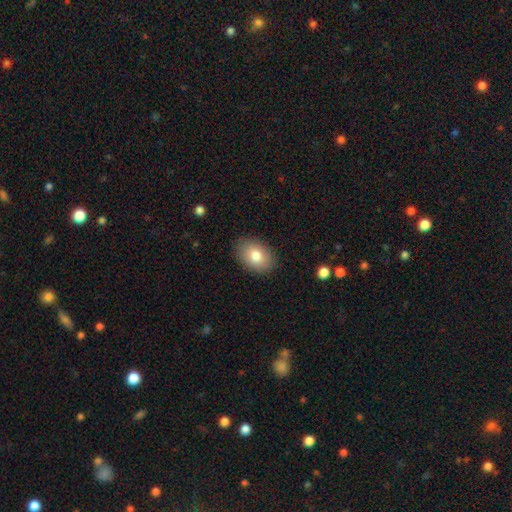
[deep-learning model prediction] smooth_or_featured: smooth (p=0.81) [alt: featured or disk p=0.11]
how_rounded: in between (p=0.82) [alt: round p=0.17]
merging: none (p=0.87) [alt: minor disturbance p=0.10]